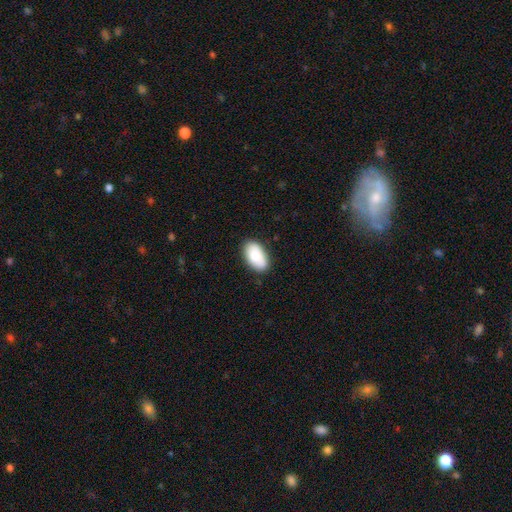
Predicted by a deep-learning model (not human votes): This appears to be a smooth galaxy with no disk features (84%) that is in between round and cigar-shaped (95%). Merging: none (85%).